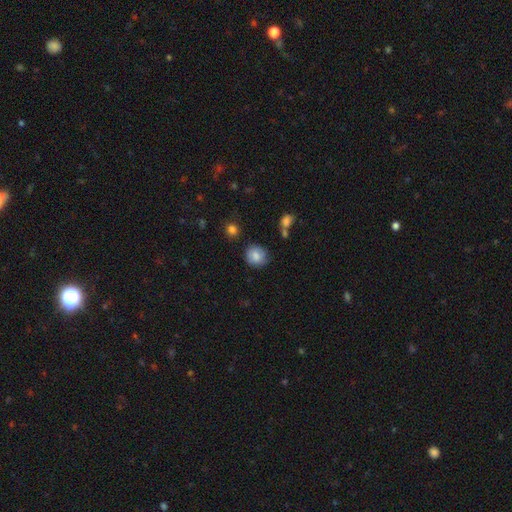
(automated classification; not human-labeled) This is likely a smooth galaxy (79%). How rounded: clearly round (83%). Merging: likely none (78%).